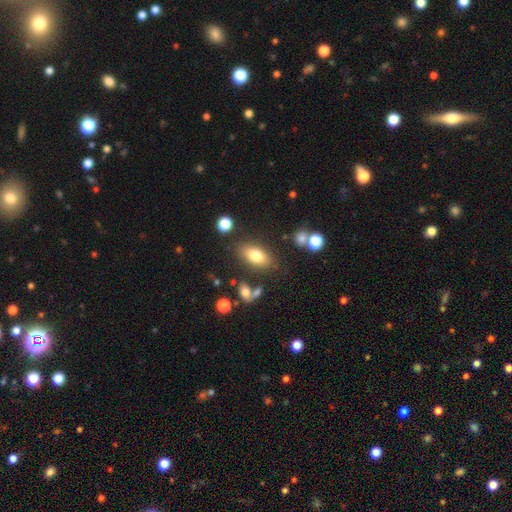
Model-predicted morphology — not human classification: type=smooth (76%); roundness=in between (86%); merging=none (78%).